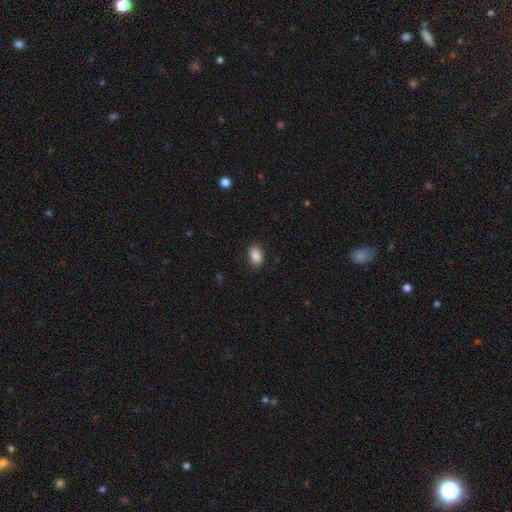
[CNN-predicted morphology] smooth_or_featured: smooth (p=0.88) [alt: star or artifact p=0.08]
how_rounded: in between (p=0.88) [alt: round p=0.11]
merging: none (p=0.87) [alt: minor disturbance p=0.10]